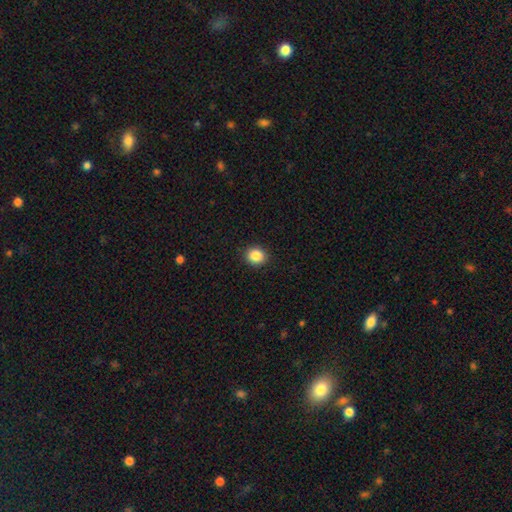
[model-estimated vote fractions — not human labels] smooth_or_featured: smooth (p=0.87) [alt: star or artifact p=0.10]
how_rounded: round (p=0.82) [alt: in between p=0.17]
merging: none (p=0.91) [alt: minor disturbance p=0.06]